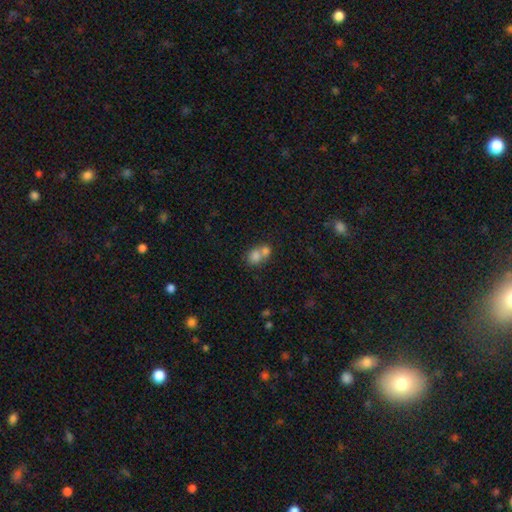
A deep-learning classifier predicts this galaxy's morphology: The model was most divided on "how rounded": round: 56%, in between: 43%, cigar-shaped: 1%. More confident: smooth or featured — smooth (75%); merging — merger (64%).